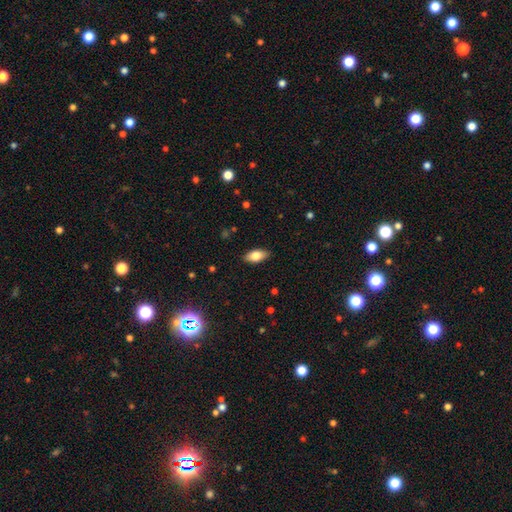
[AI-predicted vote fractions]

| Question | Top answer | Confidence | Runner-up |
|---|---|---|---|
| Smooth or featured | smooth | 80% | featured or disk (13%) |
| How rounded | in between | 90% | cigar-shaped (7%) |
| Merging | none | 88% | minor disturbance (9%) |